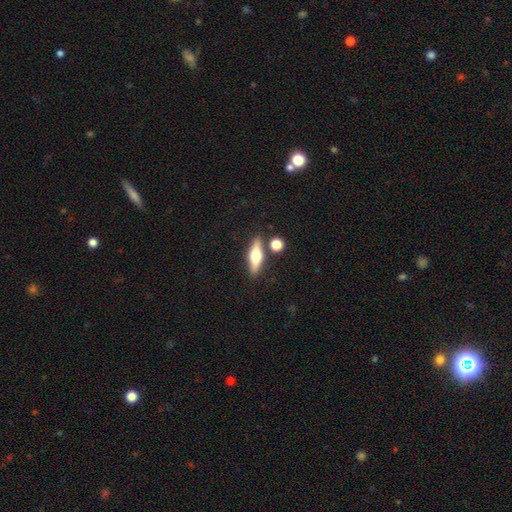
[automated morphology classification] smooth_or_featured: smooth (p=0.47) [alt: featured or disk p=0.46]
merging: none (p=0.80) [alt: minor disturbance p=0.09]